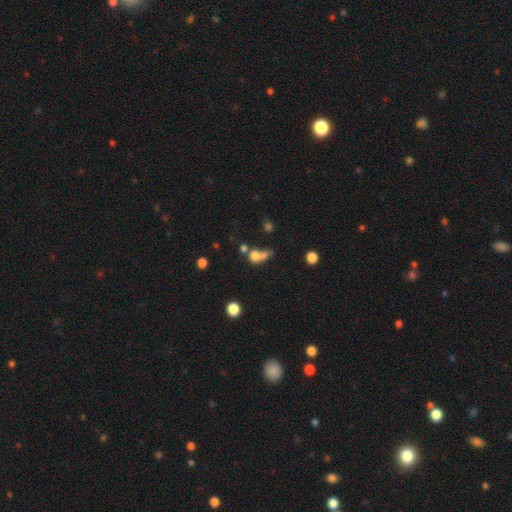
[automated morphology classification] Overall: smooth (69%). How rounded: round (56%; in between 40%). Merging: merger (49%; none 26%).